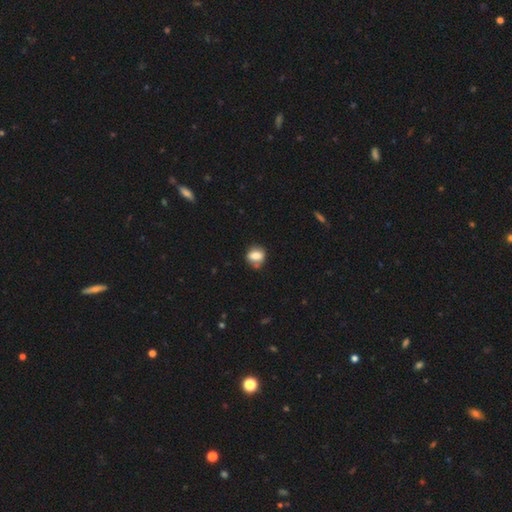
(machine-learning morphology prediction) smooth-or-featured: smooth: 78% | featured or disk: 13% | star or artifact: 9%
  how-rounded: in between: 50% | round: 48% | cigar-shaped: 2%
  merging: none: 65% | minor disturbance: 21% | merger: 8% | major disturbance: 5%